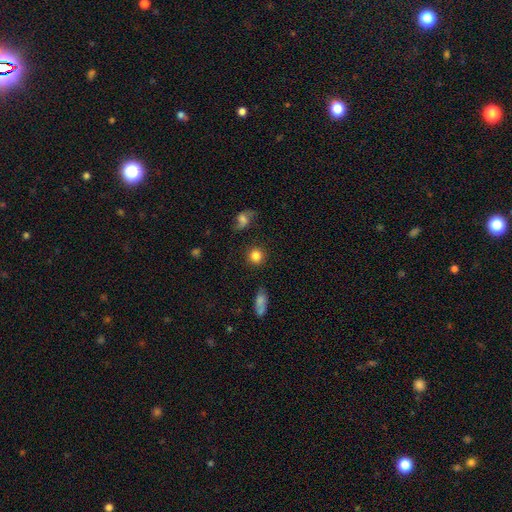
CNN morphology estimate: Smooth or featured?
  - smooth: 84% *
  - star or artifact: 10%
  - featured or disk: 6%
How rounded?
  - round: 92% *
  - in between: 7%
  - cigar-shaped: 1%
Merging?
  - none: 87% *
  - minor disturbance: 8%
  - major disturbance: 3%
  - merger: 3%